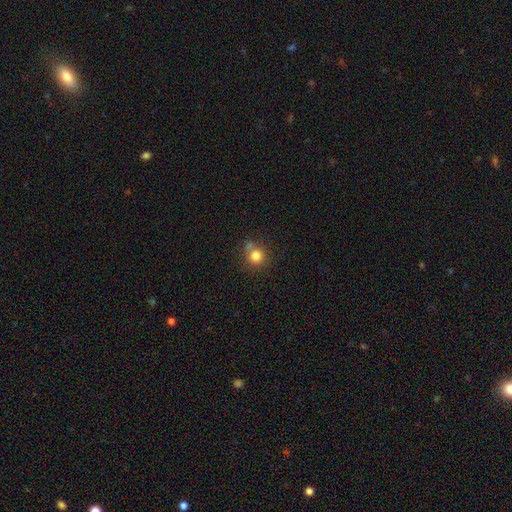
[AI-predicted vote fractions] Smooth or featured?
  - smooth: 81% *
  - star or artifact: 12%
  - featured or disk: 8%
How rounded?
  - round: 90% *
  - in between: 9%
  - cigar-shaped: 1%
Merging?
  - none: 61% *
  - merger: 21%
  - minor disturbance: 14%
  - major disturbance: 4%